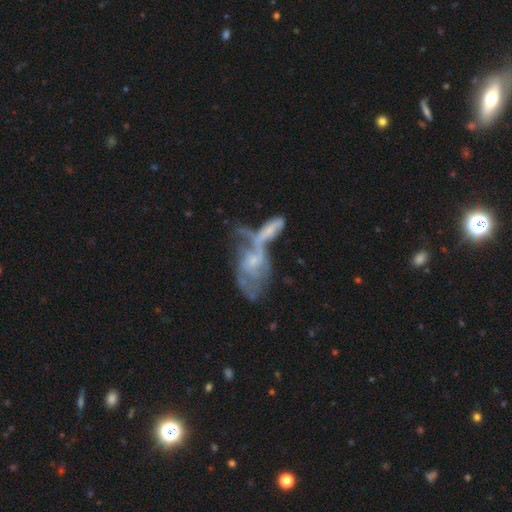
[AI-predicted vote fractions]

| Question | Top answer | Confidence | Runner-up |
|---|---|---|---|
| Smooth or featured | featured or disk | 64% | smooth (22%) |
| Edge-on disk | no | 87% | yes (13%) |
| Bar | no | 70% | weak (23%) |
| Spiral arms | yes | 60% | no (40%) |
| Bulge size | small | 49% | moderate (31%) |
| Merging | merger | 63% | none (17%) |